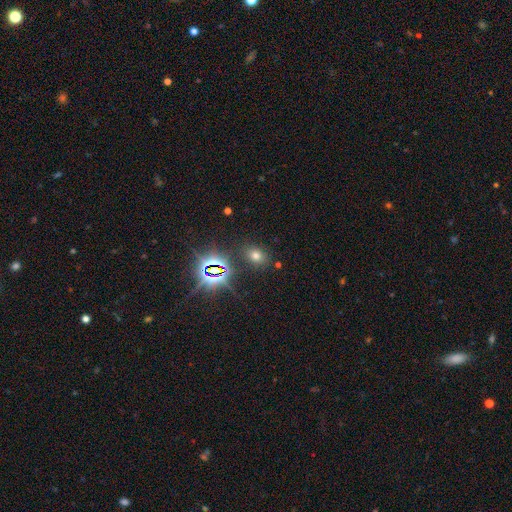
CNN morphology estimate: A smooth galaxy with no disk features (58%) that is in between round and cigar-shaped (63%). Merging: none (84%).